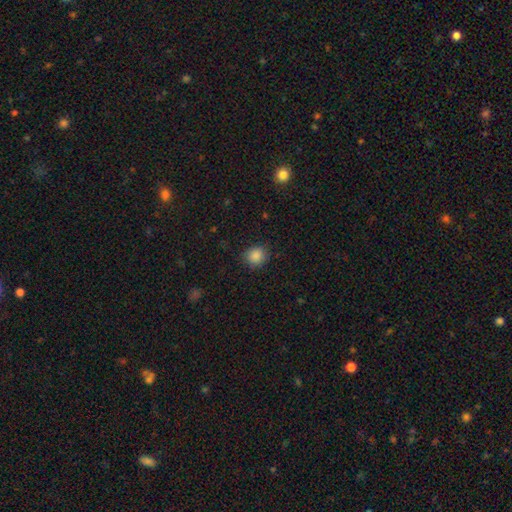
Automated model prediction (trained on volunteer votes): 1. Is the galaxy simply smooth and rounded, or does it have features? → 87% smooth, 10% star or artifact, 3% featured or disk.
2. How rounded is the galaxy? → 80% round, 19% in between, 1% cigar-shaped.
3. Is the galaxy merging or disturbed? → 85% none, 11% minor disturbance, 3% major disturbance, 1% merger.